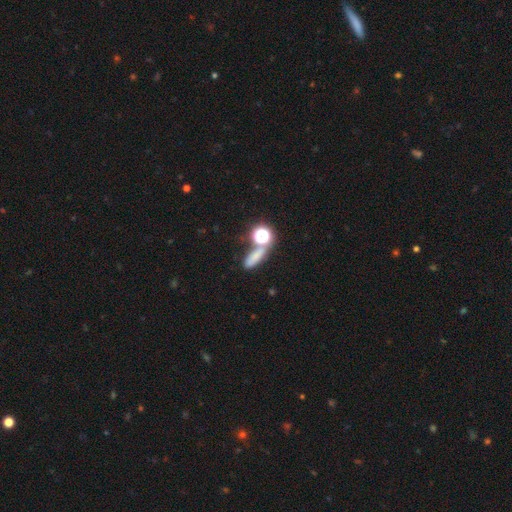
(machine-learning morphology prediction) A smooth galaxy with no disk features (63%) that is in between round and cigar-shaped (40%).

Vote fractions:
- Smooth or featured? smooth: 63% / star or artifact: 25% / featured or disk: 12%
- How rounded? in between: 40% / cigar-shaped: 33% / round: 27%
- Merging? none: 55% / merger: 23% / minor disturbance: 14% / major disturbance: 8%